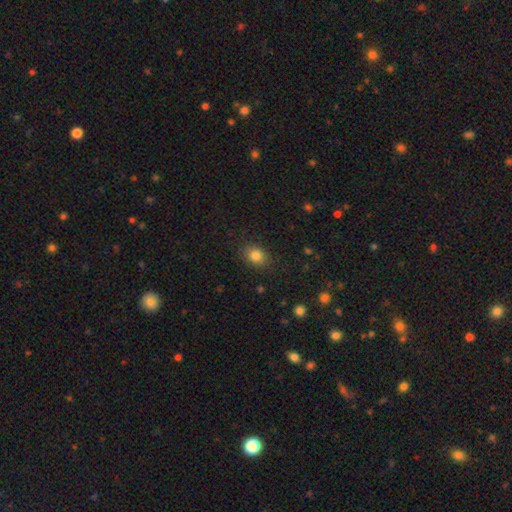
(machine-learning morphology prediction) Smooth or featured? smooth (83%)
How rounded? in between (57%)
Merging? none (85%)